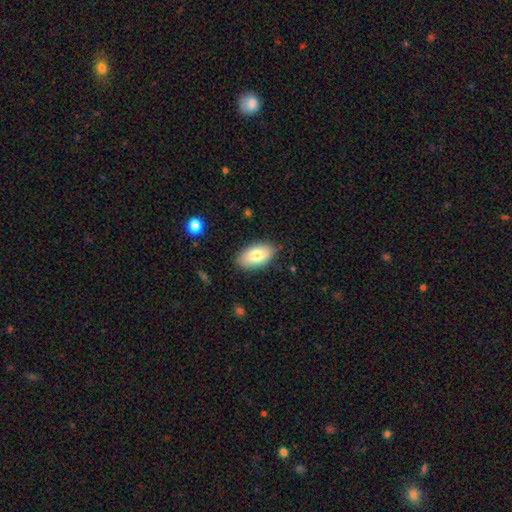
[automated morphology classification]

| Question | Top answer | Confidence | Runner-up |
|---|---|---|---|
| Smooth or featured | smooth | 79% | featured or disk (14%) |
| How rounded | in between | 94% | round (4%) |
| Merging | none | 84% | minor disturbance (12%) |